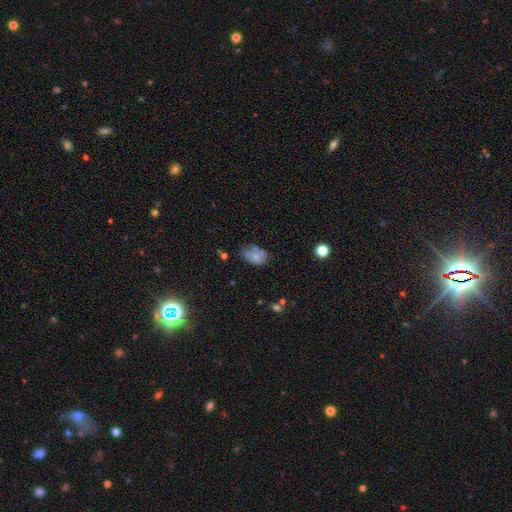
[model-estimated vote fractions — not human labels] A smooth galaxy with no disk features (63%) that is in between round and cigar-shaped (86%). Merging: none (47%).